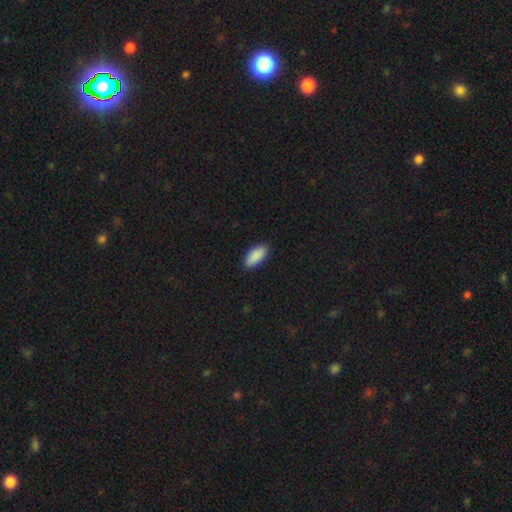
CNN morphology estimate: type=smooth (91%); roundness=in between (89%); merging=none (89%).